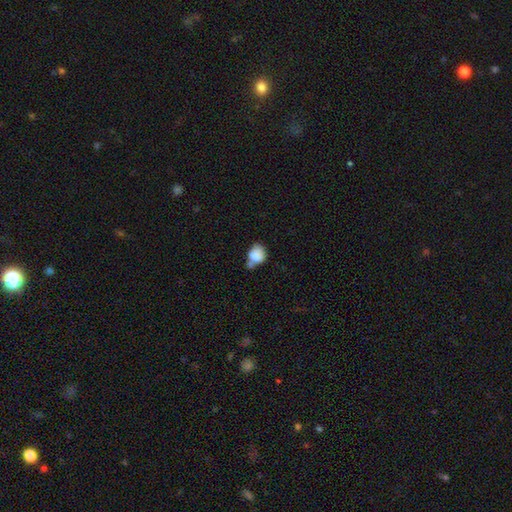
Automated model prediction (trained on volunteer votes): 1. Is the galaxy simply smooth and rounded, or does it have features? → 80% smooth, 11% featured or disk, 9% star or artifact.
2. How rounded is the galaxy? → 56% round, 43% in between, 1% cigar-shaped.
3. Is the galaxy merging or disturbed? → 35% merger, 32% none, 23% minor disturbance, 10% major disturbance.